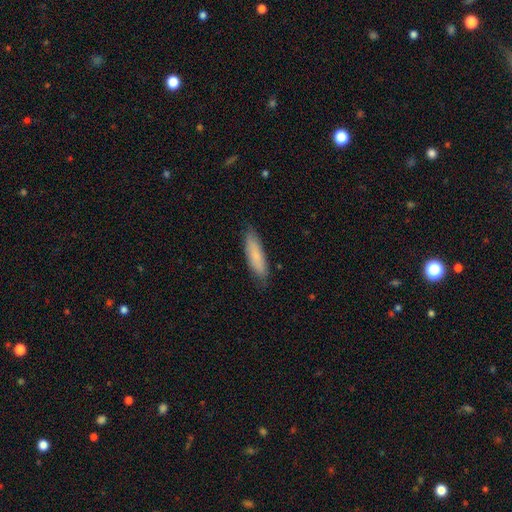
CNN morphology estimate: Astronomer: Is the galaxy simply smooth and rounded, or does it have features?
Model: smooth — 82%.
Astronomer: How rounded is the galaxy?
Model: cigar-shaped — 70%.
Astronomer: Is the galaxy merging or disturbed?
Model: none — 83%.